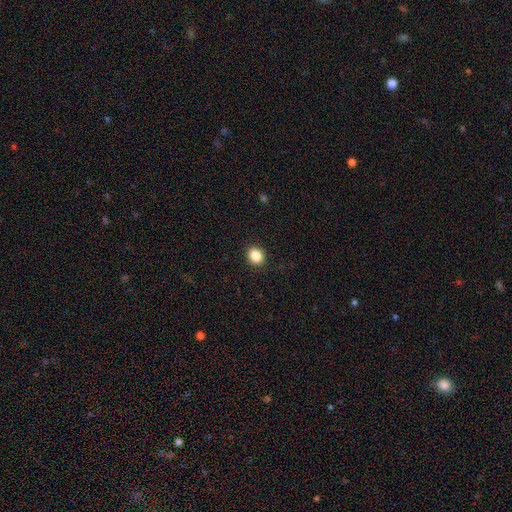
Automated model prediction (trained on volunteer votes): Overall: smooth (86%). How rounded: round (66%; in between 33%). Merging: none (91%).